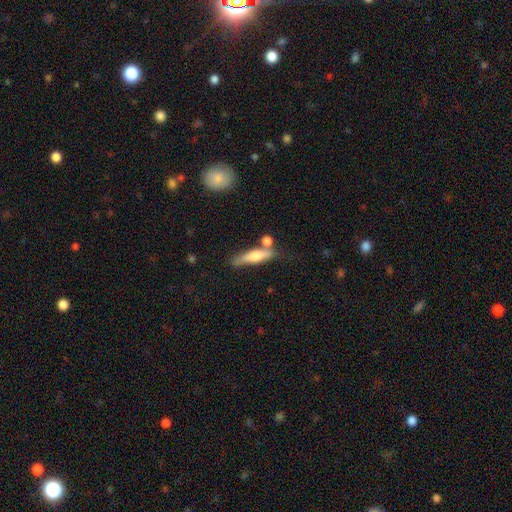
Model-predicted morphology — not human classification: type=smooth (57%); roundness=cigar-shaped (77%); merging=none (60%).